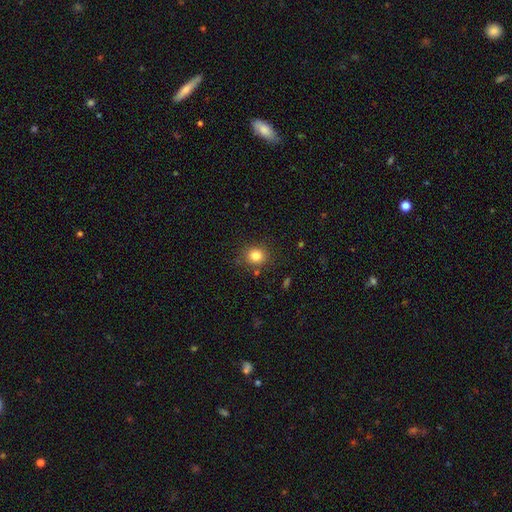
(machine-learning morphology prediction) Smooth or featured: smooth — 82% (star or artifact — 12%)
How rounded: round — 82% (in between — 17%)
Merging: none — 85% (minor disturbance — 9%)